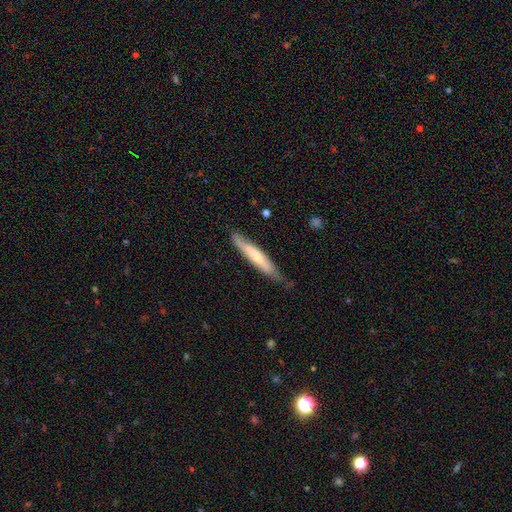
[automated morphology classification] Q: Smooth or featured?
A: smooth (55%); runner-up: featured or disk (40%)
Q: How rounded?
A: cigar-shaped (92%); runner-up: in between (7%)
Q: Merging?
A: none (71%); runner-up: minor disturbance (24%)